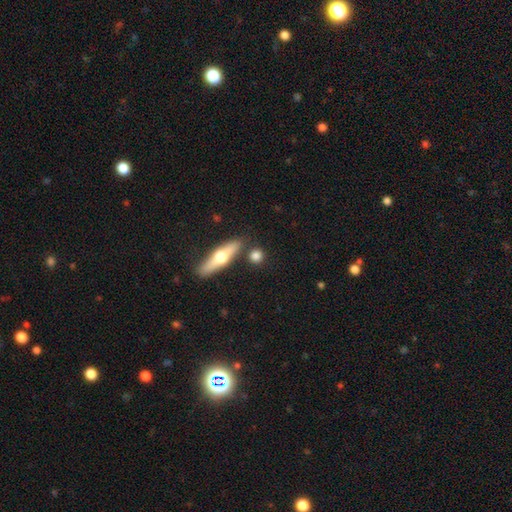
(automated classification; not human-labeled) This is likely a smooth galaxy (72%). How rounded: likely round (67%). Merging: likely none (79%).